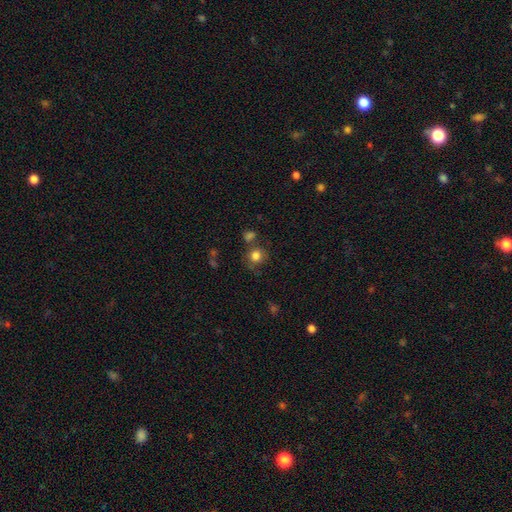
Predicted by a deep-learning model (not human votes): Smooth or featured: smooth — 81% (star or artifact — 12%)
How rounded: round — 87% (in between — 12%)
Merging: none — 68% (minor disturbance — 14%)